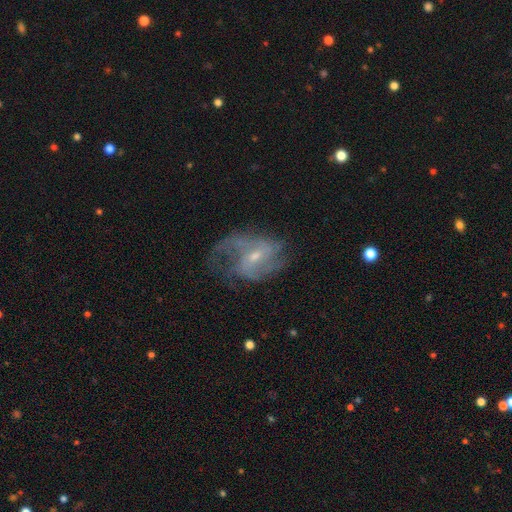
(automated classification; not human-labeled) This is clearly a featured or disk galaxy (83%). It is clearly not viewed edge-on (97%). Bar: possibly weak (54%). Spiral arm pattern: clearly yes (92%). Spiral arm count: possibly 2 (49%). Spiral winding: possibly medium (48%). Central bulge: likely small (60%). Merging: possibly none (52%).